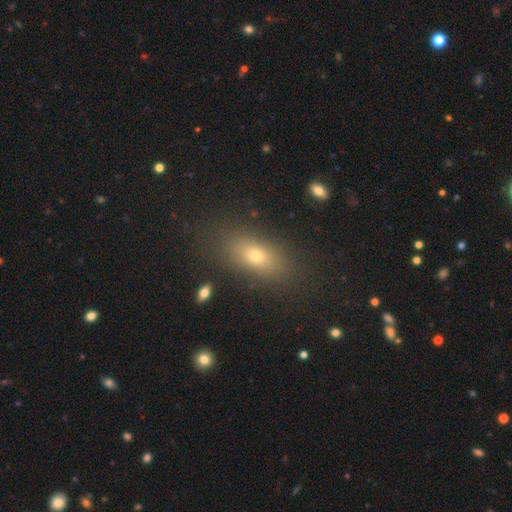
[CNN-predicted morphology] Q: Smooth or featured?
A: smooth (71%); runner-up: featured or disk (15%)
Q: How rounded?
A: in between (79%); runner-up: cigar-shaped (12%)
Q: Merging?
A: none (82%); runner-up: minor disturbance (11%)